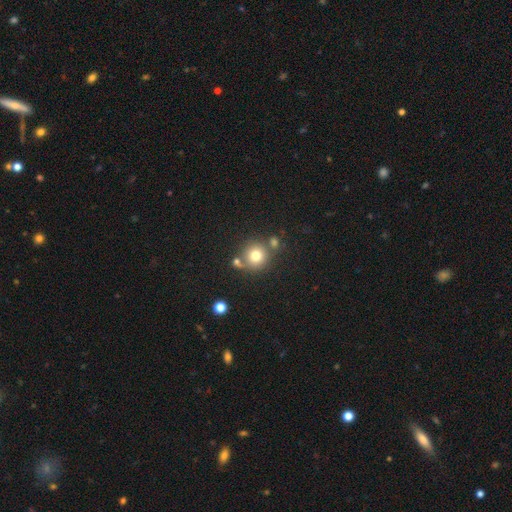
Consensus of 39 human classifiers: Smooth or featured: smooth — 72% (featured or disk — 21%)
How rounded: round — 93% (in between — 7%)
Merging: none — 42% (merger — 36%)